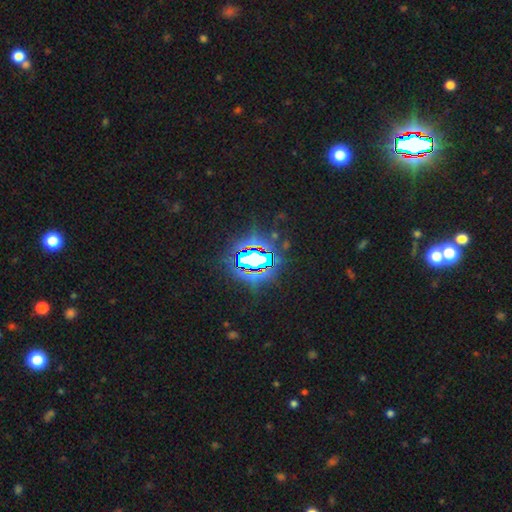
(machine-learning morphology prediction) star or artifact 83%, smooth 9%, featured or disk 7%.